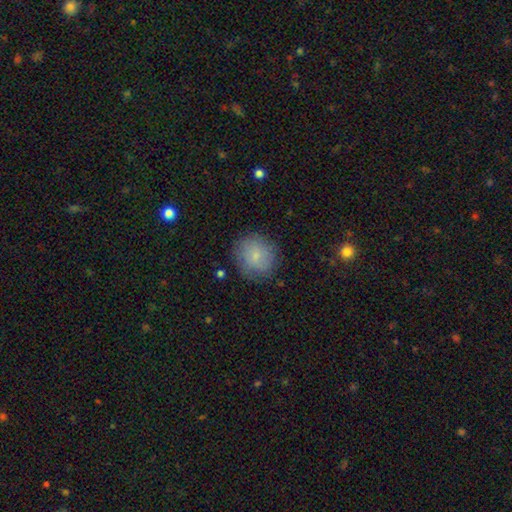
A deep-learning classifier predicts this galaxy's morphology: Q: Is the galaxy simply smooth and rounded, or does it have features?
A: smooth — 76%.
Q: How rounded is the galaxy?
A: round — 85%.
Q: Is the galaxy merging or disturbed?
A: none — 79%.